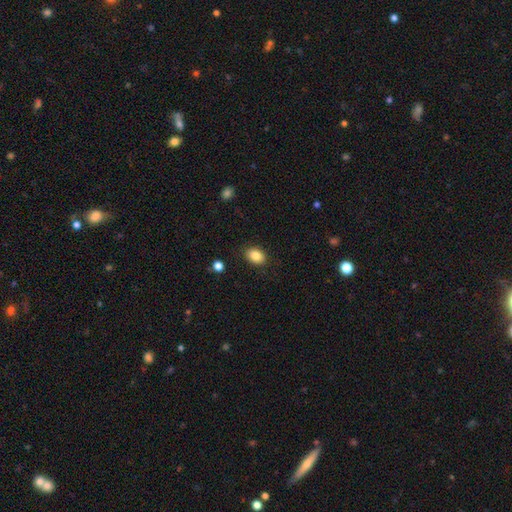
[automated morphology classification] A smooth galaxy with no disk features (86%) that is in between round and cigar-shaped (73%).

Vote fractions:
- Smooth or featured? smooth: 86% / star or artifact: 9% / featured or disk: 5%
- How rounded? in between: 73% / round: 26% / cigar-shaped: 1%
- Merging? none: 87% / minor disturbance: 9% / major disturbance: 3% / merger: 1%